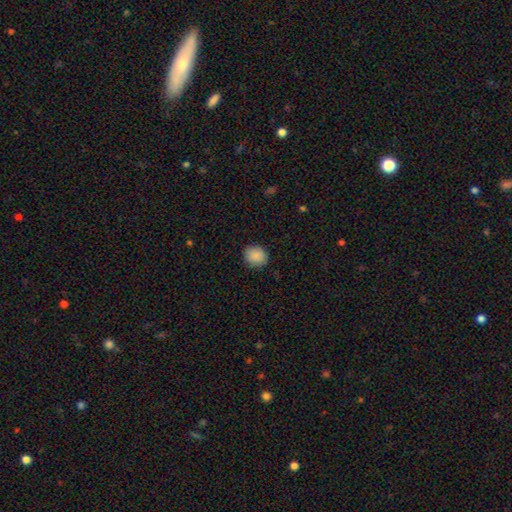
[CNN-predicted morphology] The model was most divided on "how rounded": round: 76%, in between: 23%, cigar-shaped: 1%. More confident: smooth or featured — smooth (89%); merging — none (86%).